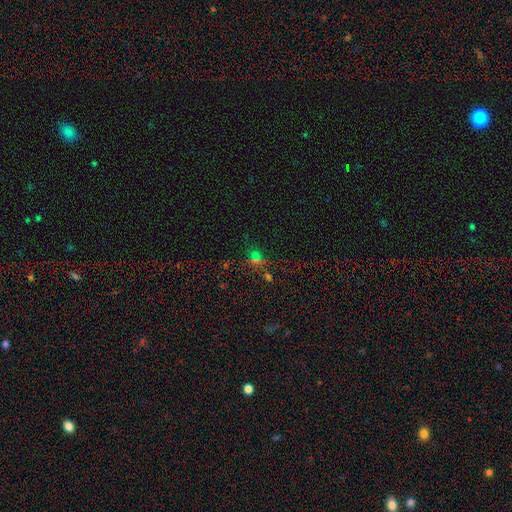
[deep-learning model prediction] Smooth or featured? Predicted: star or artifact (p=0.59).